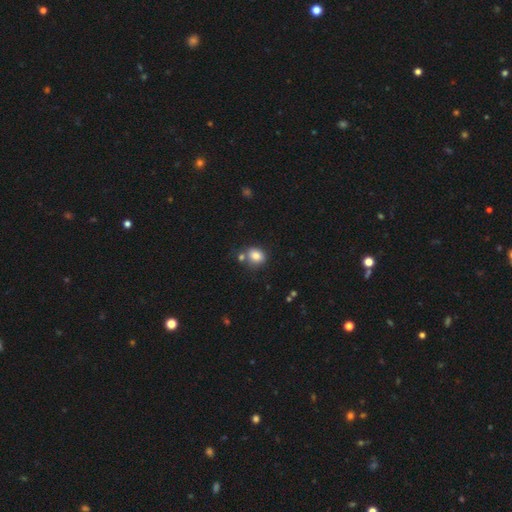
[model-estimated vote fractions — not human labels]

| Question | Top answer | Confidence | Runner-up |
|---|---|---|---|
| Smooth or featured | smooth | 83% | star or artifact (10%) |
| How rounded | round | 59% | in between (40%) |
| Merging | none | 65% | merger (18%) |